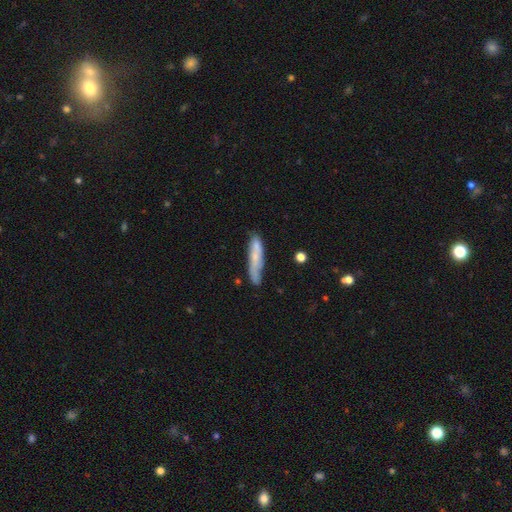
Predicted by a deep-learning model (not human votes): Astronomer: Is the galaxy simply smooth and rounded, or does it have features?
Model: smooth — 56% (runner-up: featured or disk, 37%).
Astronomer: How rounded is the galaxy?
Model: cigar-shaped — 87%.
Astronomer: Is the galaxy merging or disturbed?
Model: none — 61%.